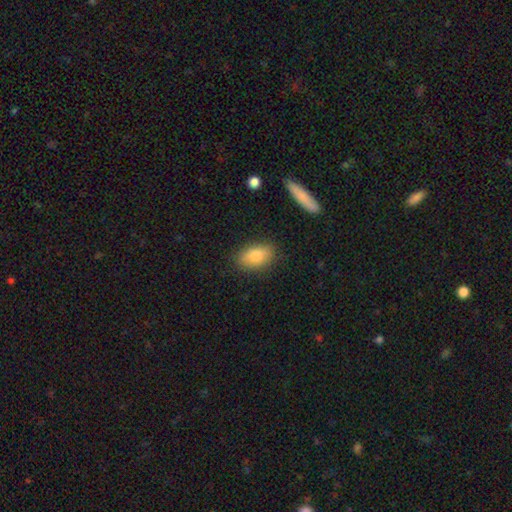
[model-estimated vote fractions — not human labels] smooth-or-featured: smooth: 81% | featured or disk: 12% | star or artifact: 7%
  how-rounded: in between: 87% | round: 7% | cigar-shaped: 6%
  merging: none: 84% | minor disturbance: 12% | major disturbance: 3% | merger: 2%